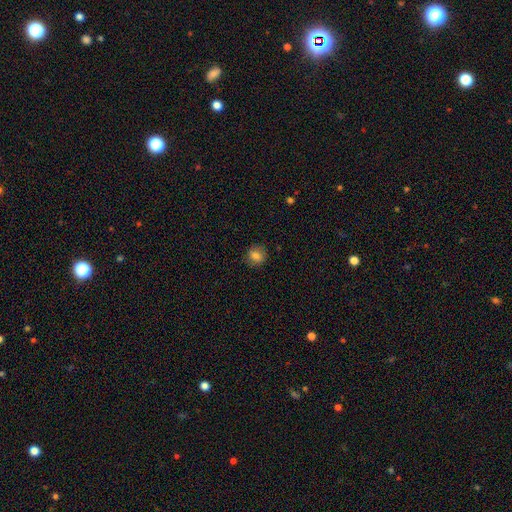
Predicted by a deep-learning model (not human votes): A smooth galaxy with no disk features (78%) that is round (74%).

Vote fractions:
- Smooth or featured? smooth: 78% / star or artifact: 11% / featured or disk: 11%
- How rounded? round: 74% / in between: 25% / cigar-shaped: 1%
- Merging? none: 84% / minor disturbance: 12% / major disturbance: 3% / merger: 1%